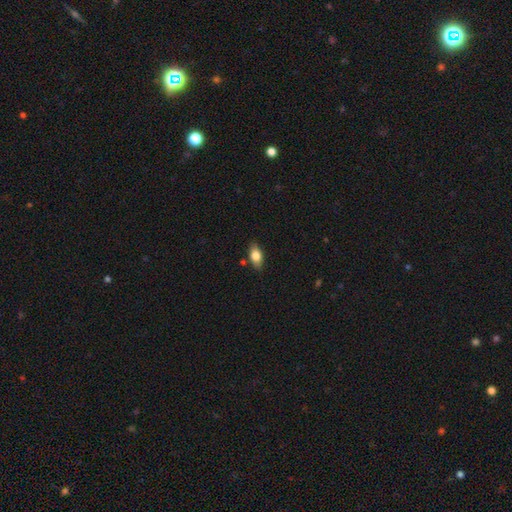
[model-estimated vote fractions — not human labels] smooth_or_featured: smooth (p=0.78) [alt: featured or disk p=0.14]
how_rounded: in between (p=0.87) [alt: cigar-shaped p=0.07]
merging: none (p=0.81) [alt: minor disturbance p=0.13]